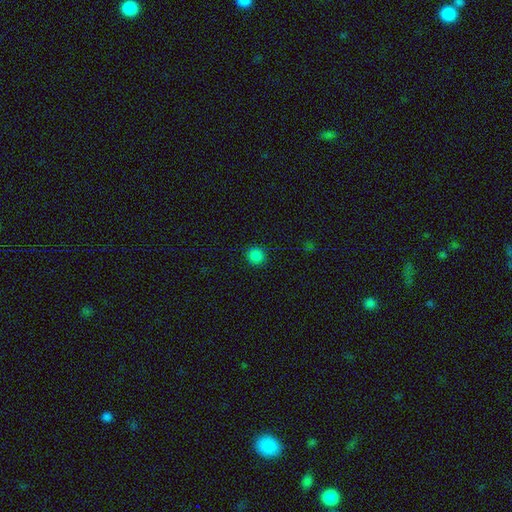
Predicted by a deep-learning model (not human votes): This appears to be a smooth galaxy with no disk features (84%) that is round (94%). Merging: none (91%).